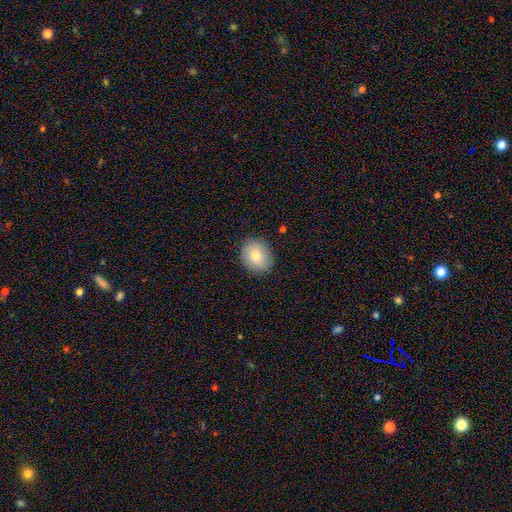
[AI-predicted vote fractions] The model was most divided on "how rounded": round: 54%, in between: 45%, cigar-shaped: 1%. More confident: merging — none (87%); smooth or featured — smooth (80%).